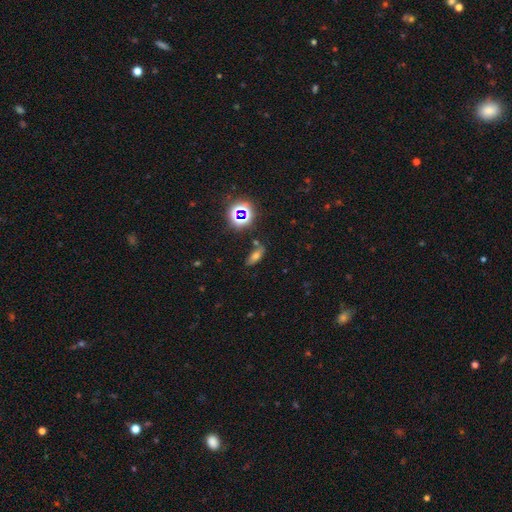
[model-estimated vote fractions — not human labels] smooth 58%, star or artifact 25%, featured or disk 17%. Down the decision tree: how rounded — in between (70%); merging — none (76%).